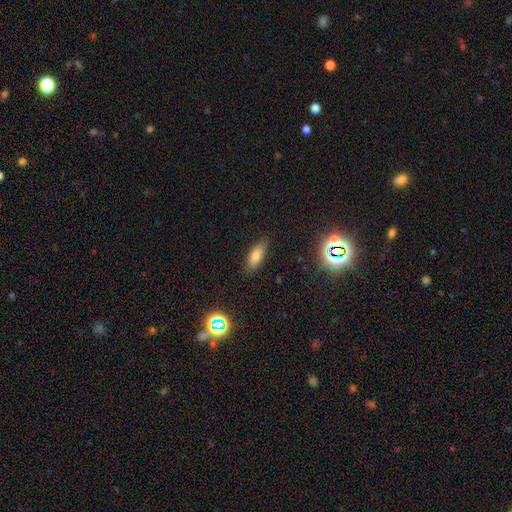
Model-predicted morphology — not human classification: smooth-or-featured: smooth: 71% | star or artifact: 16% | featured or disk: 13%
  how-rounded: in between: 61% | cigar-shaped: 35% | round: 4%
  merging: none: 86% | minor disturbance: 10% | major disturbance: 3% | merger: 1%